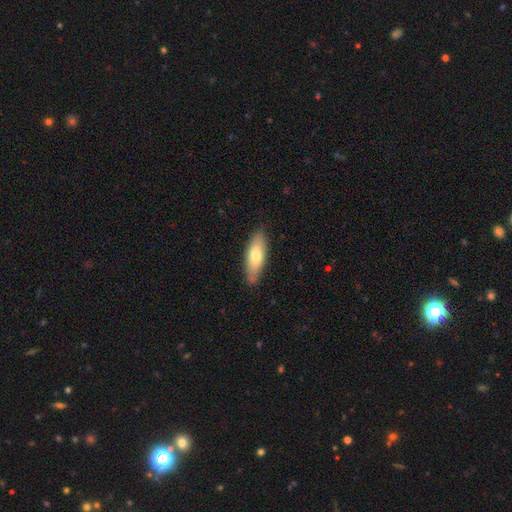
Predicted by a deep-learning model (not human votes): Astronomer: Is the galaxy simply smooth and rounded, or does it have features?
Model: smooth — 70%.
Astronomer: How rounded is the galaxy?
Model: in between — 59% (runner-up: cigar-shaped, 39%).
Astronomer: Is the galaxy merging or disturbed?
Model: none — 83%.